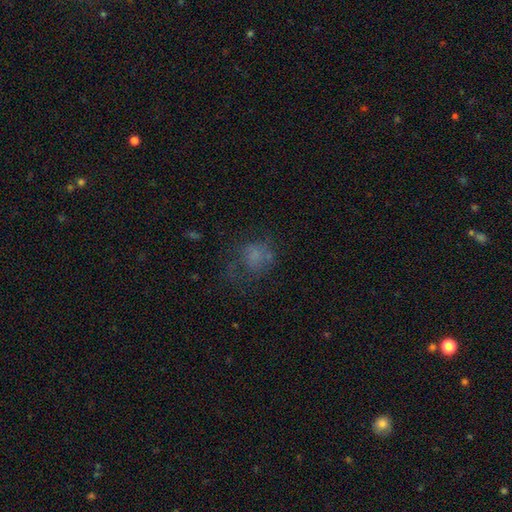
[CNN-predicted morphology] The model was most divided on "merging": none: 47%, major disturbance: 29%, minor disturbance: 21%, merger: 4%. More confident: how rounded — round (67%); smooth or featured — smooth (57%).